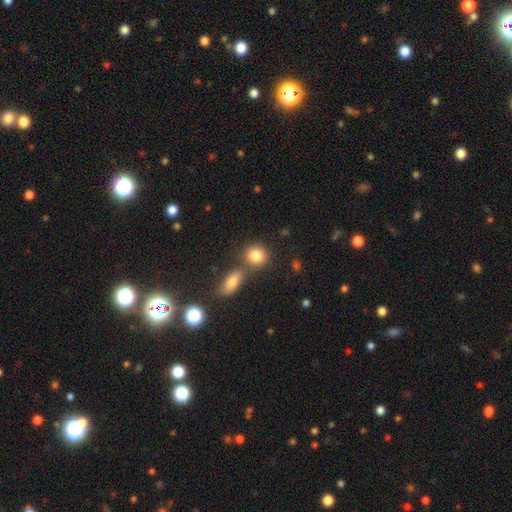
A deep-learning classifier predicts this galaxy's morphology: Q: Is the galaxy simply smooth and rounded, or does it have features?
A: smooth — 83%.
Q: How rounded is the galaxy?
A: round — 66%.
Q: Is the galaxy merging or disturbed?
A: none — 56%.